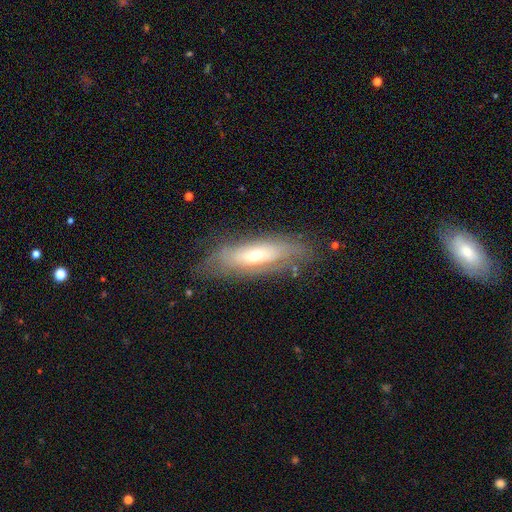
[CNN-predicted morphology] featured or disk 58%, smooth 34%, star or artifact 8%. Down the decision tree: edge-on disk — no (66%); merging — none (72%).